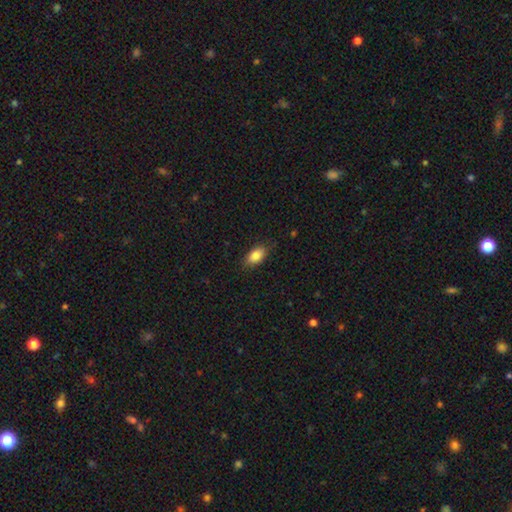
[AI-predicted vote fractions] smooth 84%, featured or disk 8%, star or artifact 8%. Down the decision tree: how rounded — in between (90%); merging — none (83%).